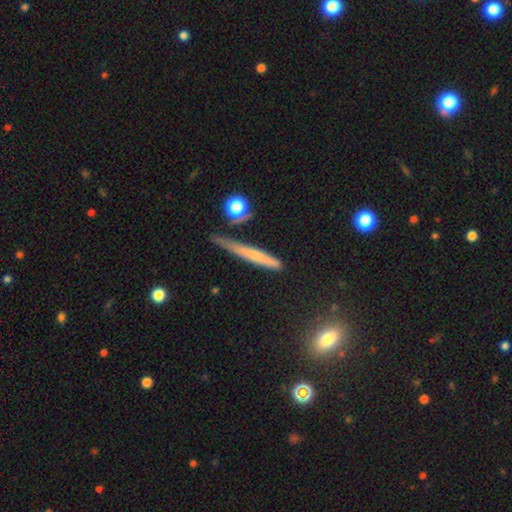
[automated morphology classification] type=smooth (56%); roundness=cigar-shaped (92%); merging=none (66%).